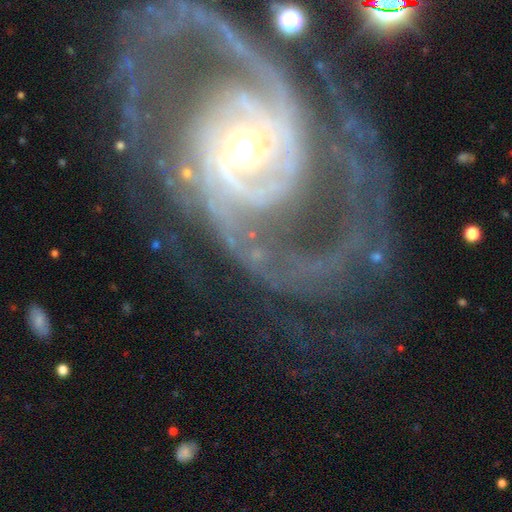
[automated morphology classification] type=featured or disk (91%); edge-on=no (97%); bar=no (53%); spiral arms=yes (97%); winding=tight (42%); arm count=2 (49%); bulge=moderate (56%); merging=none (57%).